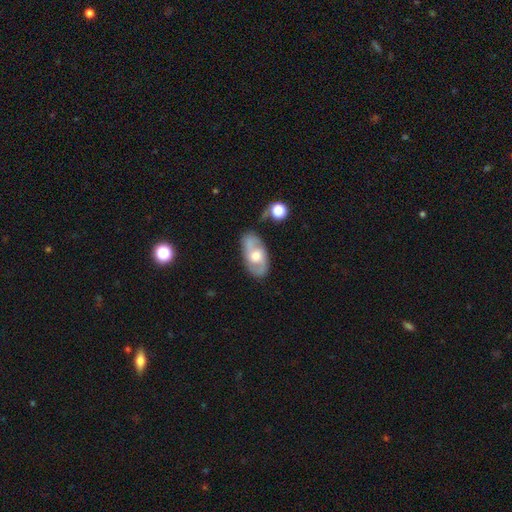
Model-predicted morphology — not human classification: Smooth or featured: featured or disk — 63% (smooth — 31%)
Edge-on disk: no — 92% (yes — 8%)
Bar: no — 54% (weak — 38%)
Spiral arms: yes — 79% (no — 21%)
Bulge size: moderate — 66% (small — 16%)
Merging: none — 67% (minor disturbance — 19%)